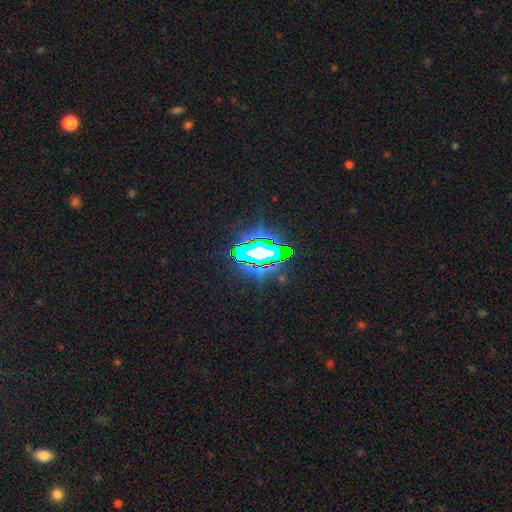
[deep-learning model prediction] A star or artifact, not a galaxy (68%).